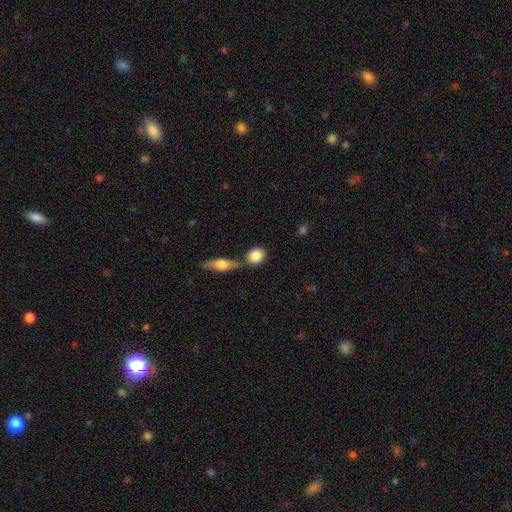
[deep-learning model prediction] The model was most divided on "how rounded": round: 50%, in between: 46%, cigar-shaped: 4%. More confident: smooth or featured — smooth (83%); merging — none (62%).